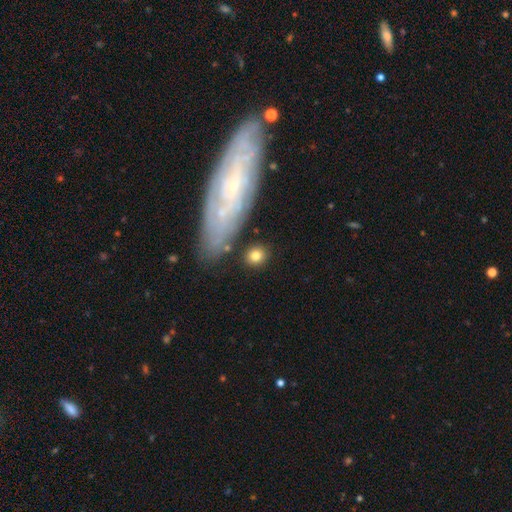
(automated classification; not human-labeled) Smooth or featured?
  - smooth: 80% *
  - featured or disk: 12%
  - star or artifact: 8%
How rounded?
  - round: 74% *
  - in between: 24%
  - cigar-shaped: 2%
Merging?
  - none: 81% *
  - minor disturbance: 9%
  - merger: 5%
  - major disturbance: 4%